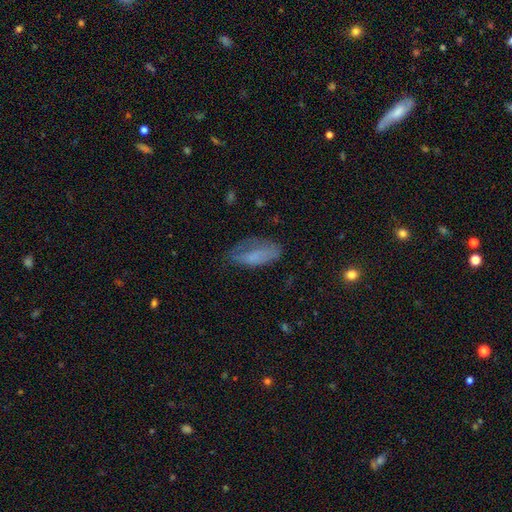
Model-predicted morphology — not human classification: Q: Smooth or featured?
A: smooth (66%); runner-up: featured or disk (24%)
Q: How rounded?
A: in between (85%); runner-up: cigar-shaped (12%)
Q: Merging?
A: none (48%); runner-up: minor disturbance (29%)